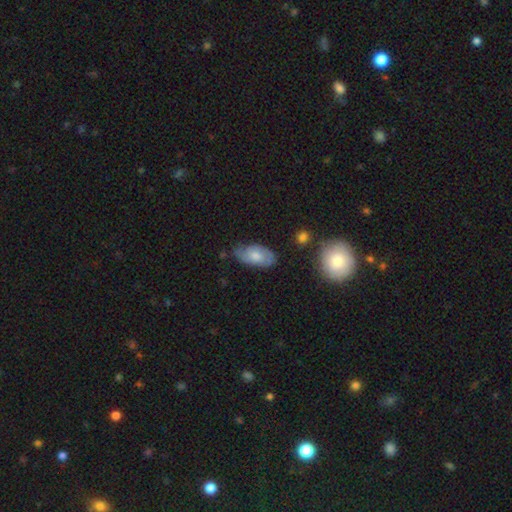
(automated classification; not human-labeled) smooth_or_featured: smooth (p=0.55) [alt: featured or disk p=0.38]
how_rounded: in between (p=0.93) [alt: round p=0.04]
merging: none (p=0.63) [alt: minor disturbance p=0.28]